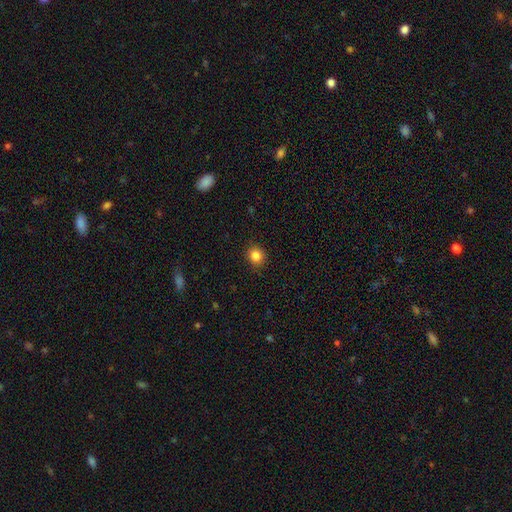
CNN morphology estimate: Smooth or featured? Predicted: smooth (p=0.84). How rounded? Predicted: round (p=0.84). Merging? Predicted: none (p=0.90).